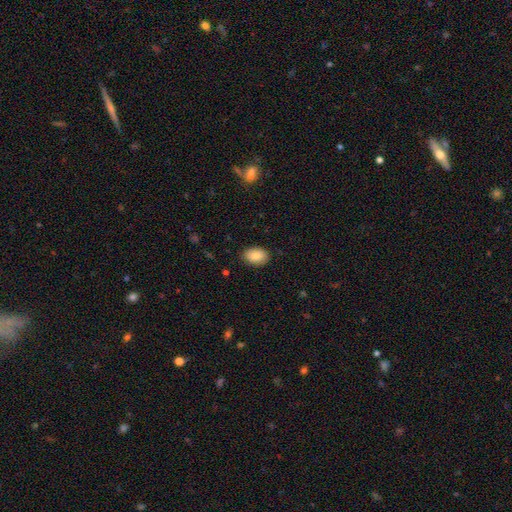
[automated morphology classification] smooth_or_featured: smooth (p=0.86) [alt: featured or disk p=0.07]
how_rounded: in between (p=0.87) [alt: round p=0.12]
merging: none (p=0.86) [alt: minor disturbance p=0.10]